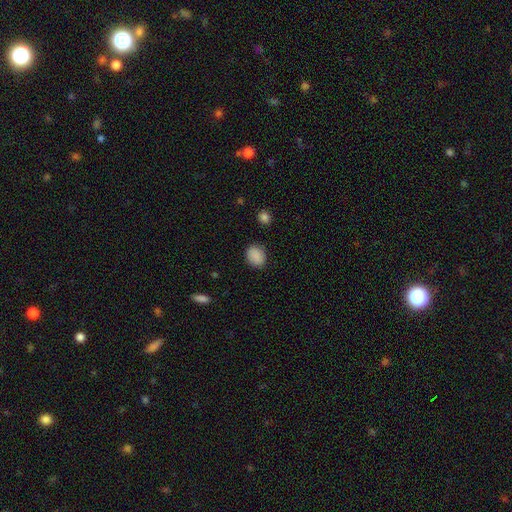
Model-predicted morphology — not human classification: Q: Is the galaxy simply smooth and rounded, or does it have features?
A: smooth — 88%.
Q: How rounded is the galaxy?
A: in between — 52%.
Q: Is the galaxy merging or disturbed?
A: none — 86%.